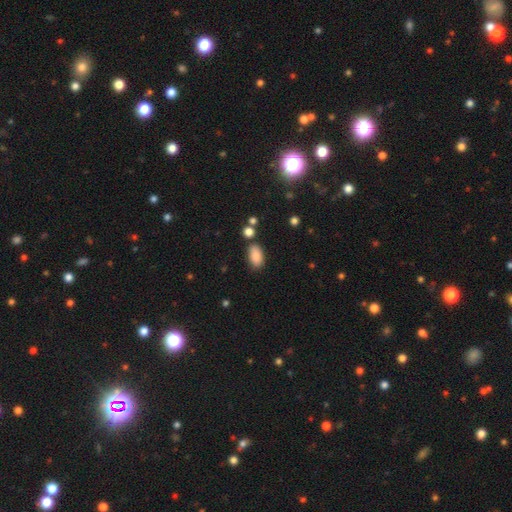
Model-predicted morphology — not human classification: This appears to be a smooth galaxy with no disk features (87%) that is in between round and cigar-shaped (92%). Merging: none (77%).